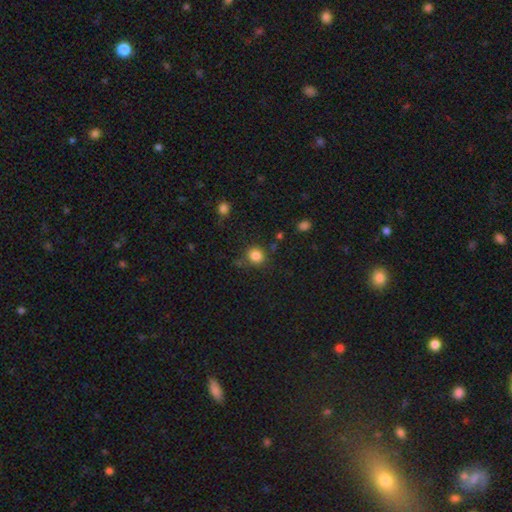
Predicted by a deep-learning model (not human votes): Overall: smooth (84%). How rounded: round (86%). Merging: none (79%).